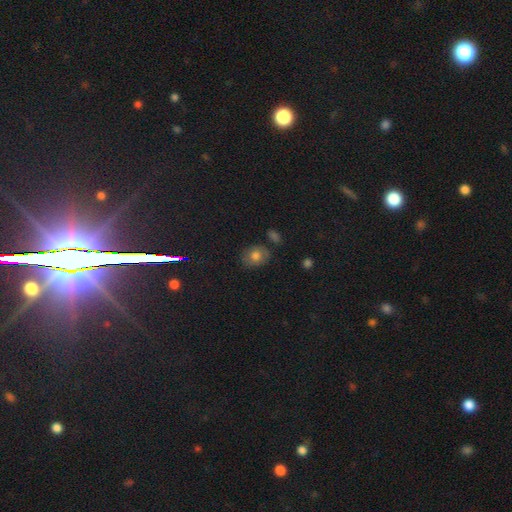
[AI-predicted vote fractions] A smooth galaxy with no disk features (74%) that is round (53%). Merging: none (76%).